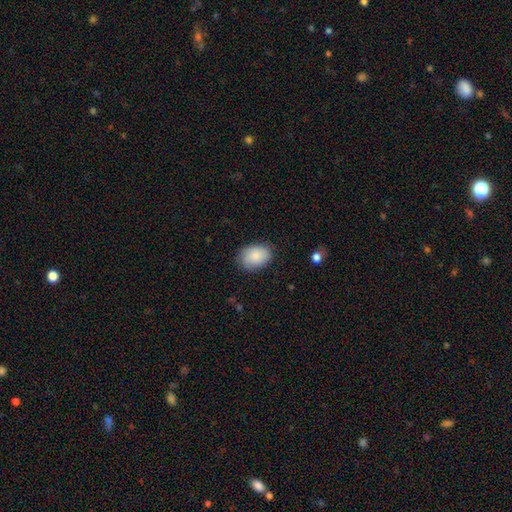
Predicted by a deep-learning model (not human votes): This appears to be a smooth galaxy with no disk features (85%) that is in between round and cigar-shaped (77%). Merging: none (77%).